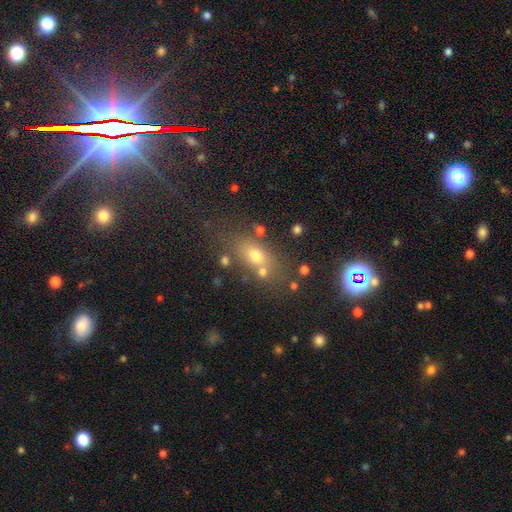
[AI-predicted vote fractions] Smooth or featured: smooth — 66% (featured or disk — 18%)
How rounded: in between — 65% (round — 25%)
Merging: none — 62% (merger — 15%)